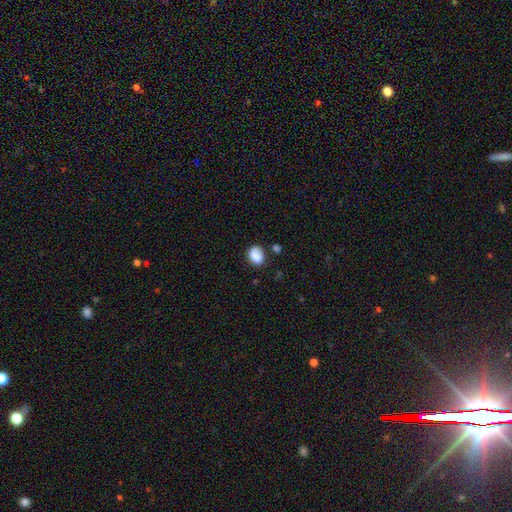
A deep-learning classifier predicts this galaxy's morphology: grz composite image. It shows a smooth galaxy with no disk features (84%) that is in between round and cigar-shaped (63%). Merging: none (64%).